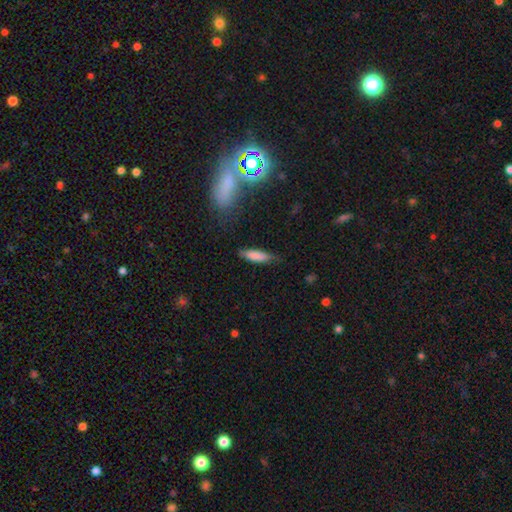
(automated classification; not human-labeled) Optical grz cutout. It shows a smooth galaxy with no disk features (82%) that is cigar-shaped (58%). Merging: none (72%).